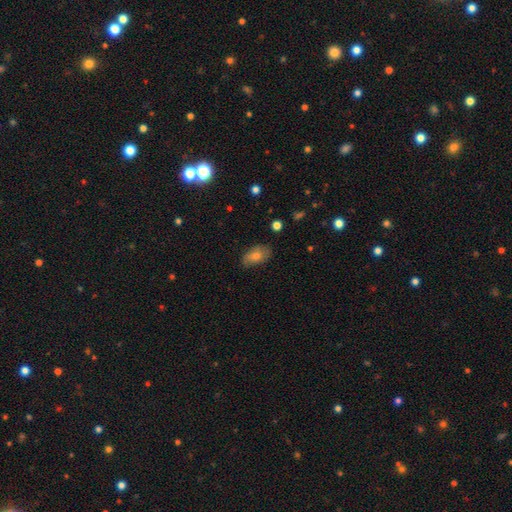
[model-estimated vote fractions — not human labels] Q: Smooth or featured?
A: smooth (64%); runner-up: featured or disk (23%)
Q: How rounded?
A: in between (89%); runner-up: round (8%)
Q: Merging?
A: none (79%); runner-up: minor disturbance (16%)